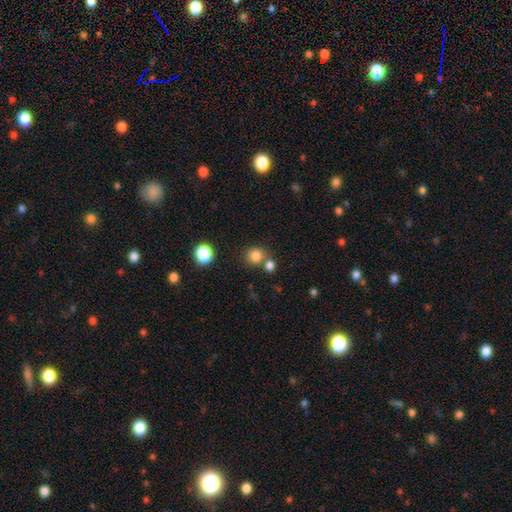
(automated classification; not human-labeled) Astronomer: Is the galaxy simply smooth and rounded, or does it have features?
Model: smooth — 81%.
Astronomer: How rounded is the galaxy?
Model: round — 85%.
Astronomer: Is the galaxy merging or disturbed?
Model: none — 64%.